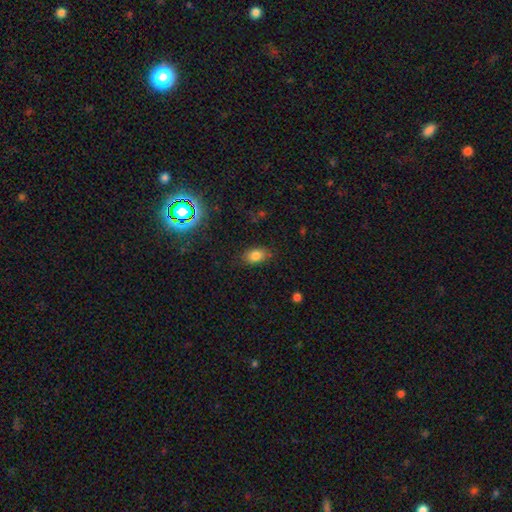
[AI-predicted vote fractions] Smooth or featured: smooth — 81% (star or artifact — 12%)
How rounded: in between — 84% (round — 14%)
Merging: none — 82% (minor disturbance — 13%)